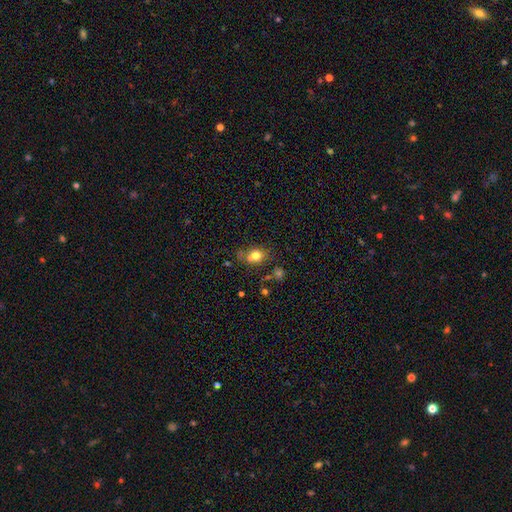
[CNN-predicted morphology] Smooth or featured? Predicted: smooth (p=0.76). How rounded? Predicted: round (p=0.56). Merging? Predicted: none (p=0.57).